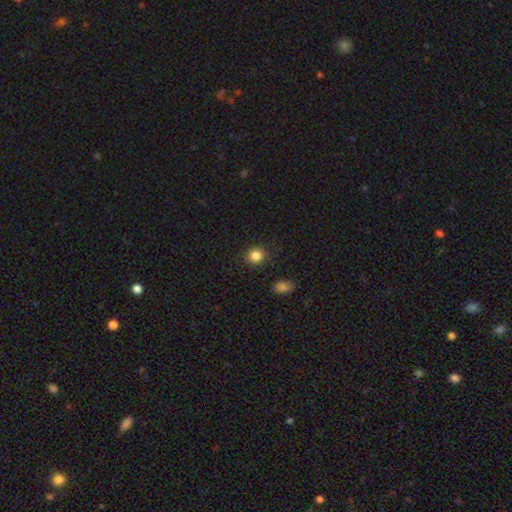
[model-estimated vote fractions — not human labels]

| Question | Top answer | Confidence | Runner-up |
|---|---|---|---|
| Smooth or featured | smooth | 85% | star or artifact (11%) |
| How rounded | round | 85% | in between (14%) |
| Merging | none | 89% | minor disturbance (7%) |